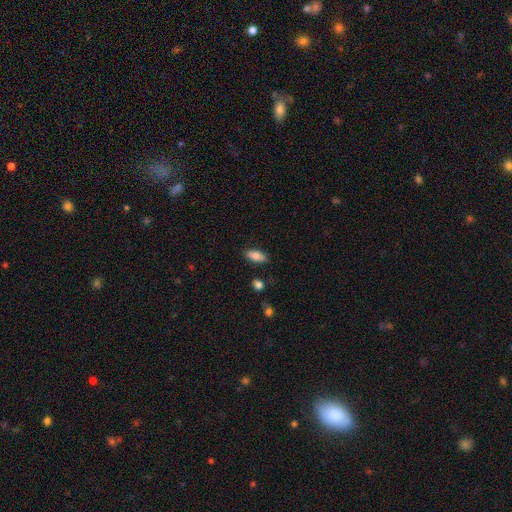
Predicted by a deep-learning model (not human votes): A smooth galaxy with no disk features (83%) that is in between round and cigar-shaped (88%). Merging: none (84%).